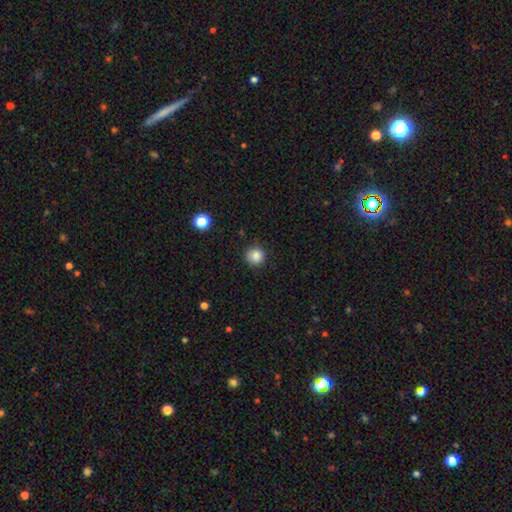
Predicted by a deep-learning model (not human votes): smooth 85%, star or artifact 11%, featured or disk 4%. Down the decision tree: how rounded — round (94%); merging — none (88%).